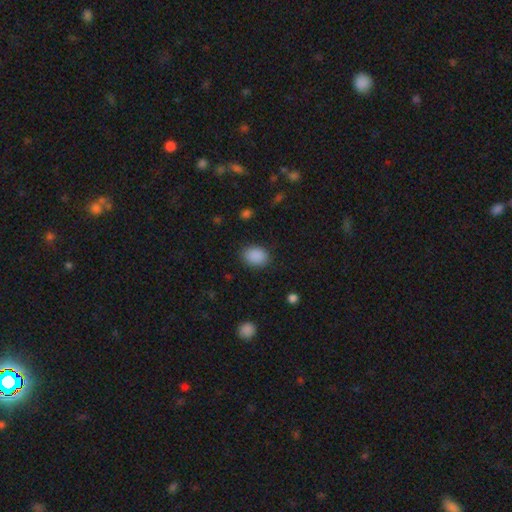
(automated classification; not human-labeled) A smooth galaxy with no disk features (89%) that is in between round and cigar-shaped (70%). Merging: none (85%).